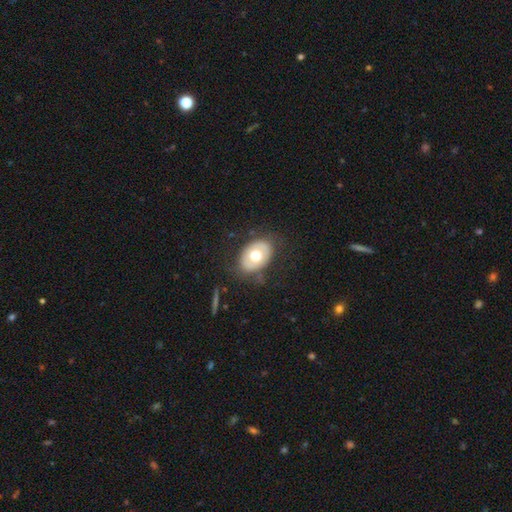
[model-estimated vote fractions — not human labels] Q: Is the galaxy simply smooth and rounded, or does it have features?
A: smooth — 57%.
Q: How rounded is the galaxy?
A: in between — 77%.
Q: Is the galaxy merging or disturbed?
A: none — 76%.